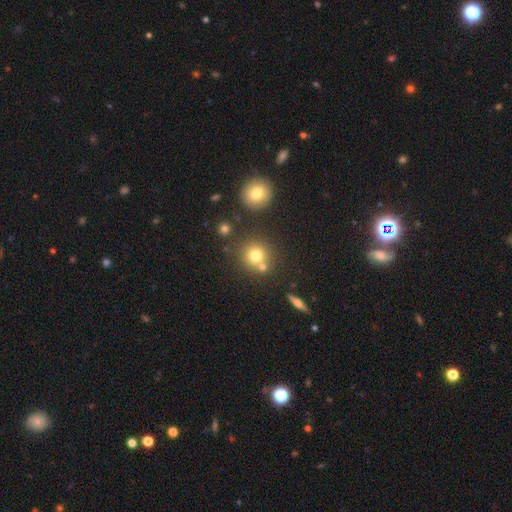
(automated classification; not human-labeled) Q: Smooth or featured?
A: smooth (74%); runner-up: star or artifact (15%)
Q: How rounded?
A: round (91%); runner-up: in between (8%)
Q: Merging?
A: none (67%); runner-up: merger (21%)